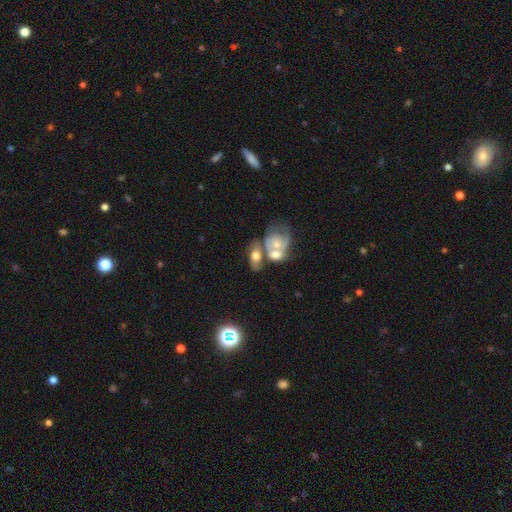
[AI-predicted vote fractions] Smooth or featured? smooth (46%)
Merging? merger (56%)